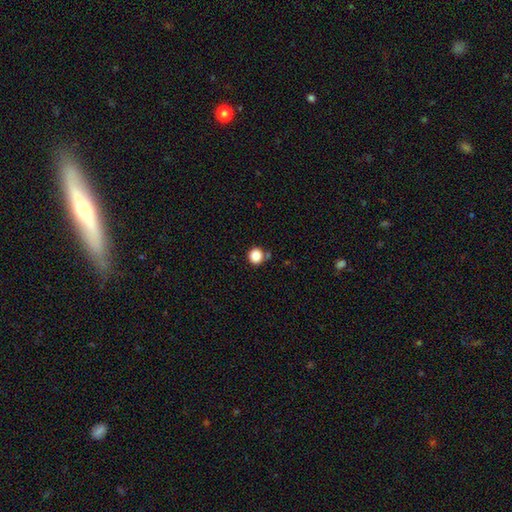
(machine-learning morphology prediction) smooth 86%, star or artifact 10%, featured or disk 4%. Down the decision tree: how rounded — round (92%); merging — none (79%).